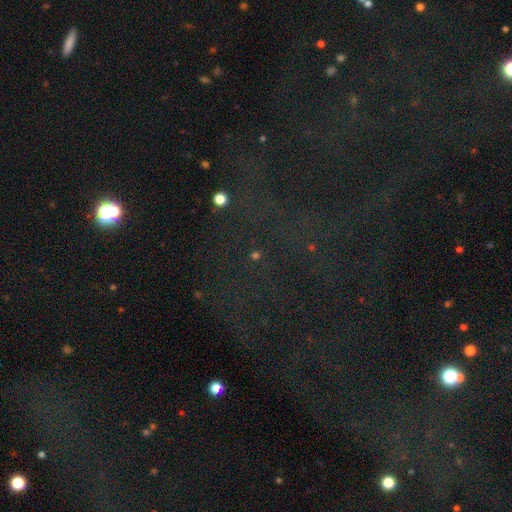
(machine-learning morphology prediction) Smooth or featured? Predicted: star or artifact (p=0.70).